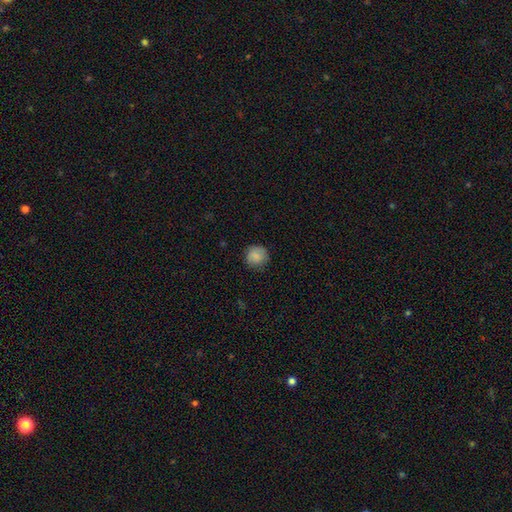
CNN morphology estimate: Smooth or featured: smooth — 84% (star or artifact — 9%)
How rounded: round — 90% (in between — 9%)
Merging: none — 81% (minor disturbance — 14%)